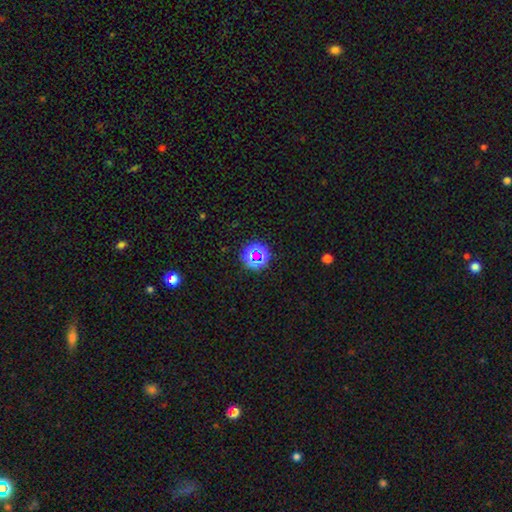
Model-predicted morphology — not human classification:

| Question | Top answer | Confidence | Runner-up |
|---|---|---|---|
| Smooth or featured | star or artifact | 61% | smooth (28%) |